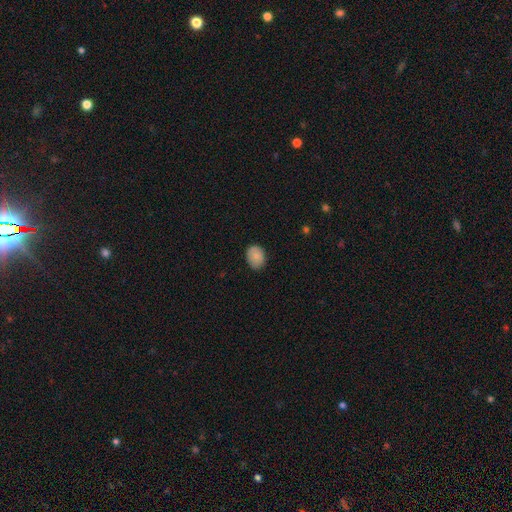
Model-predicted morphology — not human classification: type=smooth (87%); roundness=in between (59%); merging=none (83%).